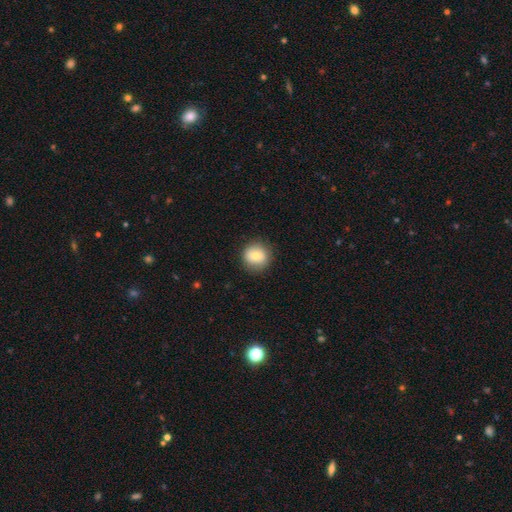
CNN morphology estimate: Q: Smooth or featured?
A: smooth (77%); runner-up: featured or disk (14%)
Q: How rounded?
A: round (91%); runner-up: in between (8%)
Q: Merging?
A: none (87%); runner-up: minor disturbance (9%)